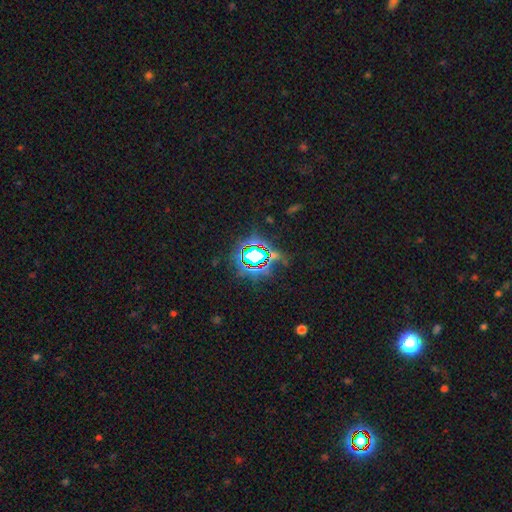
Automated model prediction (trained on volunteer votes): Morphology: type=star or artifact (74%).